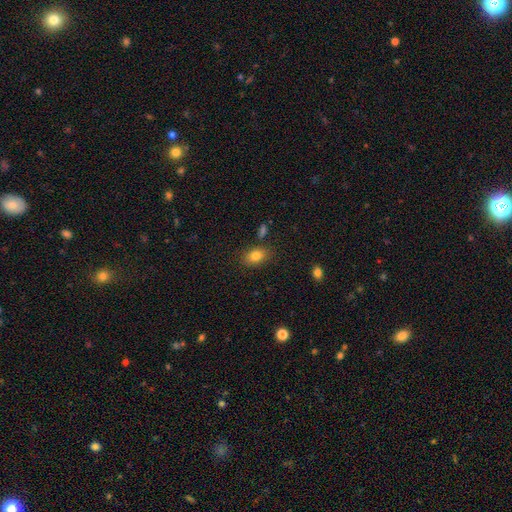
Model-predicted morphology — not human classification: Overall: smooth (82%). How rounded: in between (80%). Merging: none (81%).